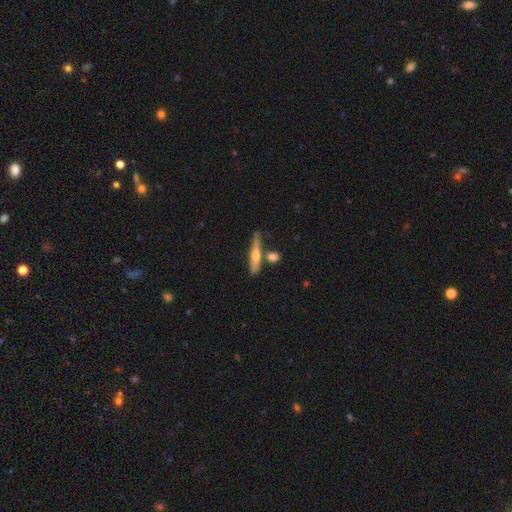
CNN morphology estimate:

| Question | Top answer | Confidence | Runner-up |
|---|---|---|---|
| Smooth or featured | featured or disk | 51% | smooth (43%) |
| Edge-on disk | yes | 90% | no (10%) |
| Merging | none | 67% | merger (15%) |